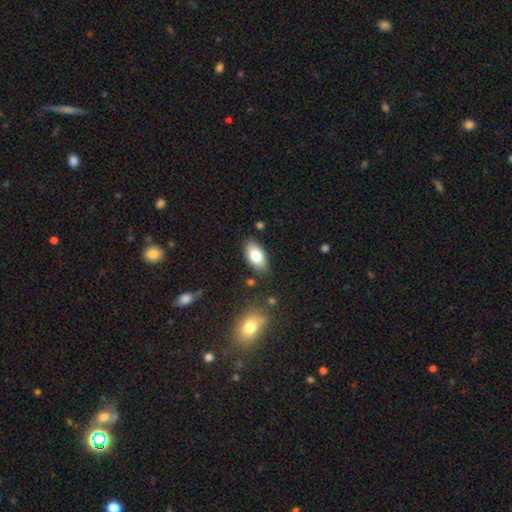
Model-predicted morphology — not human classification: Overall: smooth (78%). How rounded: in between (92%). Merging: none (84%).